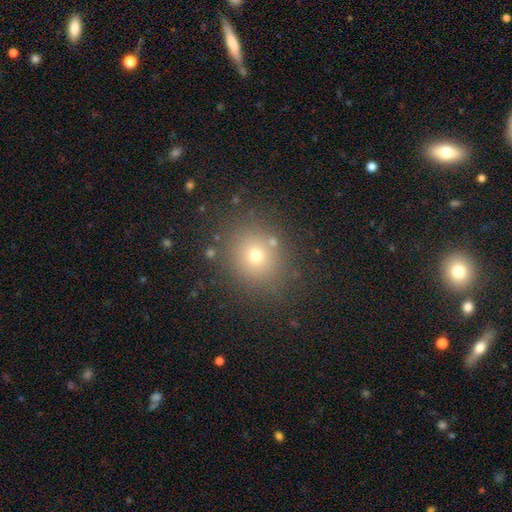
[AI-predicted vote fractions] Smooth or featured? Predicted: smooth (p=0.66). How rounded? Predicted: round (p=0.76). Merging? Predicted: none (p=0.83).